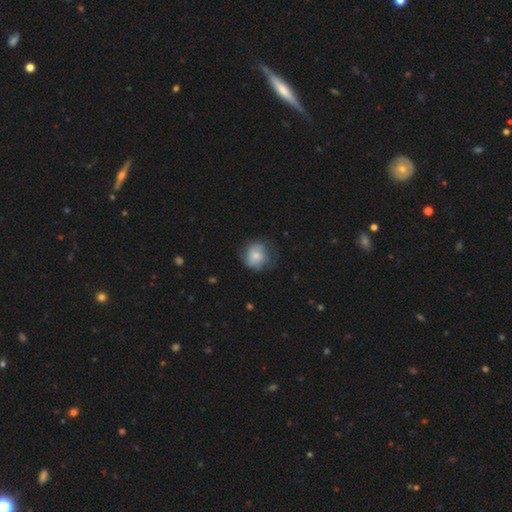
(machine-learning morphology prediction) Smooth or featured? smooth (69%)
How rounded? round (81%)
Merging? none (63%)